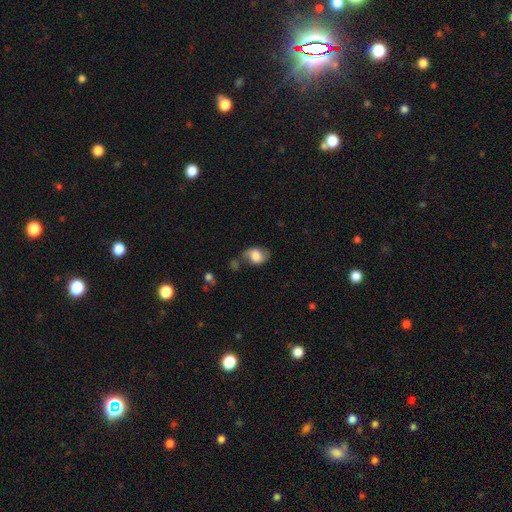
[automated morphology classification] smooth-or-featured: smooth: 65% | featured or disk: 26% | star or artifact: 9%
  how-rounded: in between: 69% | round: 29% | cigar-shaped: 1%
  merging: none: 43% | minor disturbance: 27% | major disturbance: 16% | merger: 13%